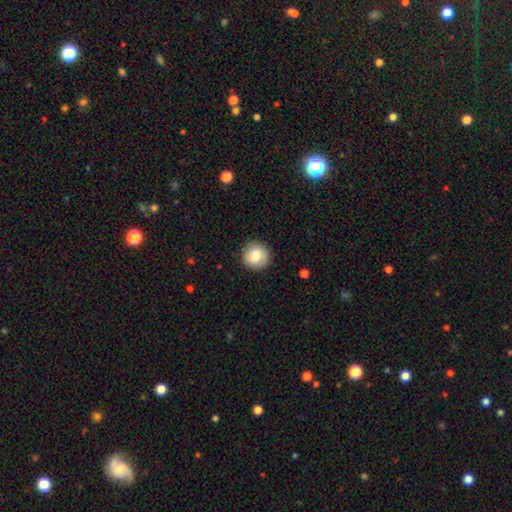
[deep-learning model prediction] Q: Smooth or featured?
A: smooth (75%); runner-up: featured or disk (18%)
Q: How rounded?
A: round (92%); runner-up: in between (7%)
Q: Merging?
A: none (89%); runner-up: minor disturbance (7%)